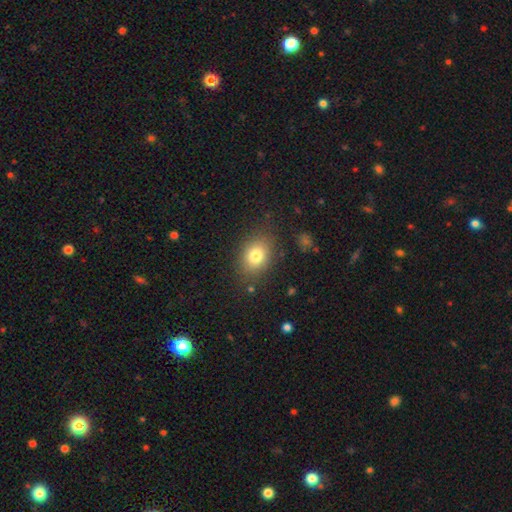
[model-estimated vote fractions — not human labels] This appears to be a smooth galaxy with no disk features (79%) that is in between round and cigar-shaped (63%). Merging: none (82%).